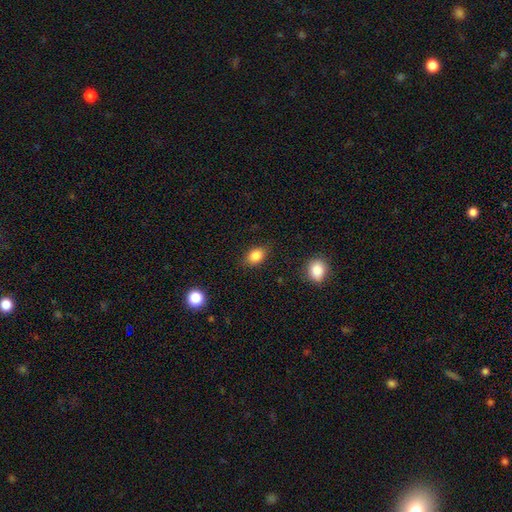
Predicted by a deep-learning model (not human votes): Smooth or featured? smooth (84%)
How rounded? in between (77%)
Merging? none (82%)